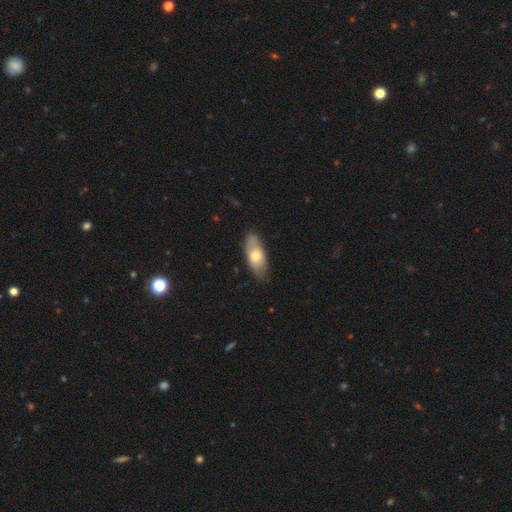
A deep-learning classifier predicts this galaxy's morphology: This appears to be a smooth galaxy with no disk features (63%) that is in between round and cigar-shaped (83%). Merging: none (77%).